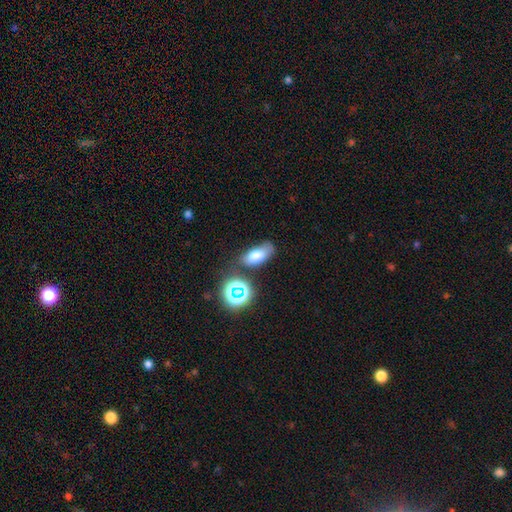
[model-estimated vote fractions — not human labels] Smooth or featured?
  - smooth: 72% *
  - star or artifact: 16%
  - featured or disk: 12%
How rounded?
  - in between: 82% *
  - round: 10%
  - cigar-shaped: 8%
Merging?
  - none: 63% *
  - minor disturbance: 21%
  - merger: 9%
  - major disturbance: 7%